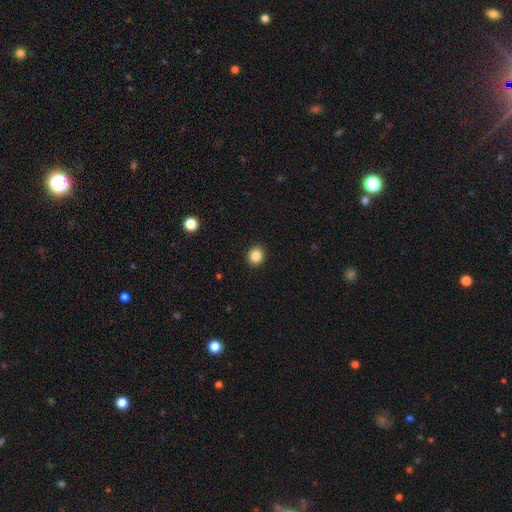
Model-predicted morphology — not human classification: type=smooth (87%); roundness=round (78%); merging=none (91%).